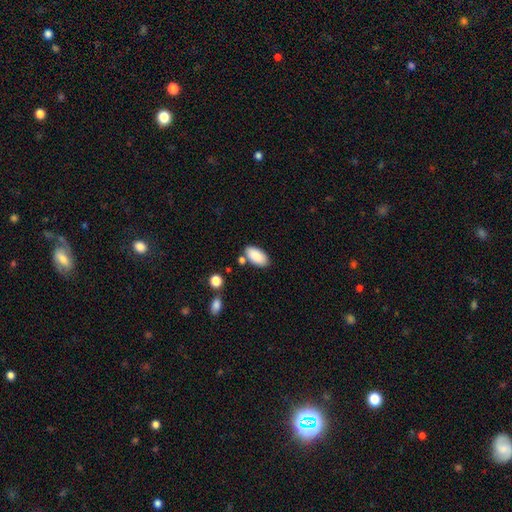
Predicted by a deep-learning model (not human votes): Morphology: type=smooth (89%); roundness=in between (94%); merging=none (78%).